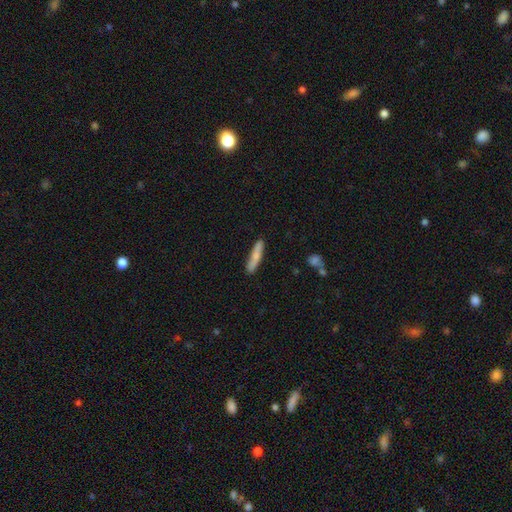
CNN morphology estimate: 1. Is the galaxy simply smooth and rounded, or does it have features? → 71% smooth, 24% featured or disk, 5% star or artifact.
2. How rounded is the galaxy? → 89% cigar-shaped, 9% in between, 2% round.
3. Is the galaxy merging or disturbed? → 86% none, 10% minor disturbance, 2% major disturbance, 2% merger.